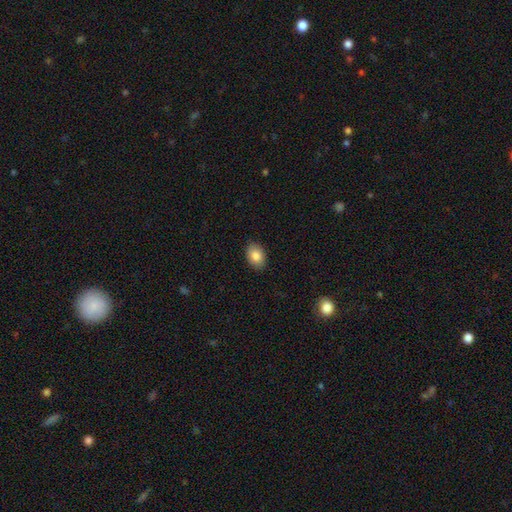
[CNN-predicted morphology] Smooth or featured?
  - smooth: 86% *
  - star or artifact: 7%
  - featured or disk: 7%
How rounded?
  - in between: 83% *
  - round: 16%
  - cigar-shaped: 1%
Merging?
  - none: 88% *
  - minor disturbance: 9%
  - major disturbance: 2%
  - merger: 1%